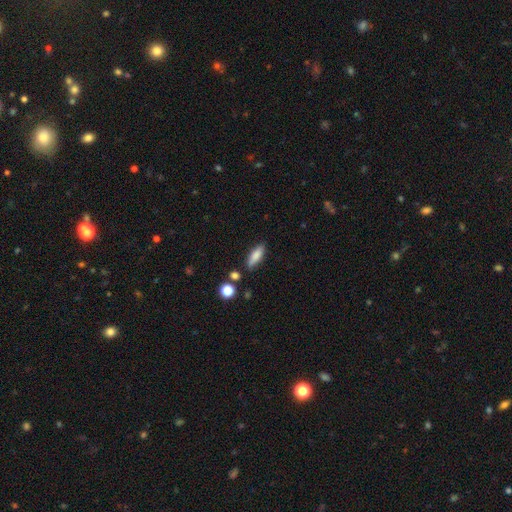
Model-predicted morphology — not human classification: A smooth galaxy with no disk features (80%) that is in between round and cigar-shaped (58%).

Vote fractions:
- Smooth or featured? smooth: 80% / featured or disk: 13% / star or artifact: 8%
- How rounded? in between: 58% / cigar-shaped: 40% / round: 3%
- Merging? none: 79% / minor disturbance: 14% / merger: 4% / major disturbance: 3%